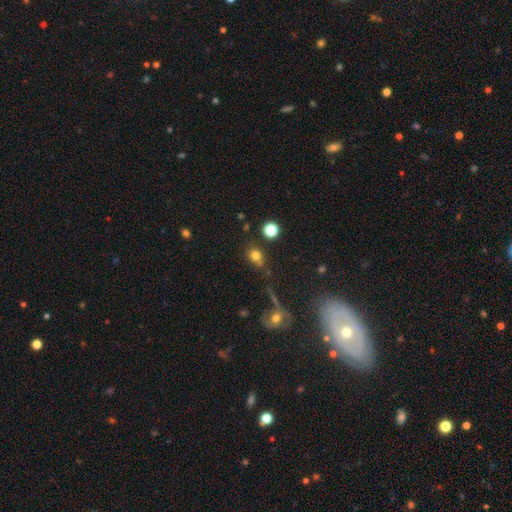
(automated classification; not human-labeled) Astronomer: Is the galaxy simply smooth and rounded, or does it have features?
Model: smooth — 73%.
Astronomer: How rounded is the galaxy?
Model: round — 78%.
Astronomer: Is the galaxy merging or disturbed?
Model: none — 62%.